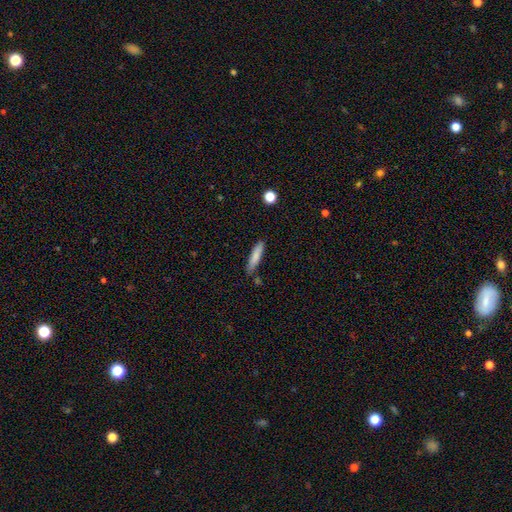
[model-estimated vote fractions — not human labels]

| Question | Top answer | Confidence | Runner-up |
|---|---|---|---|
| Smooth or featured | smooth | 81% | featured or disk (13%) |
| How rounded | cigar-shaped | 83% | in between (16%) |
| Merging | none | 79% | minor disturbance (14%) |